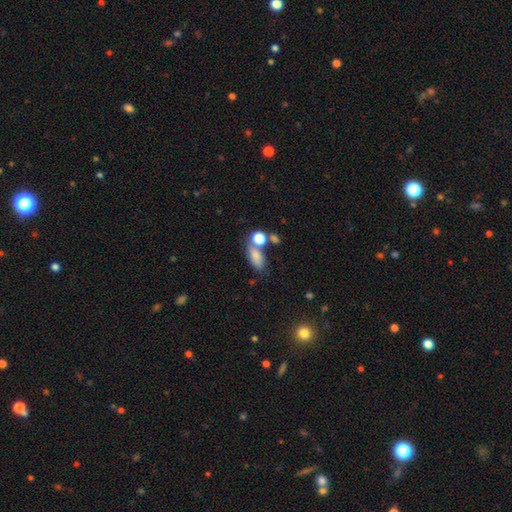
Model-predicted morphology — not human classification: Overall: smooth (79%). How rounded: in between (81%). Merging: none (48%; merger 29%).